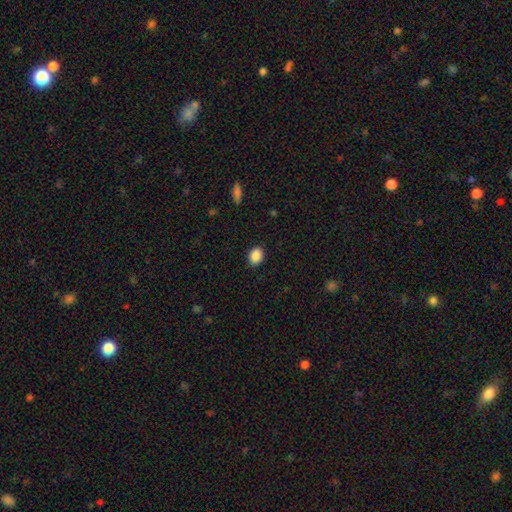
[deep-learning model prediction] Q: Smooth or featured?
A: smooth (89%); runner-up: star or artifact (9%)
Q: How rounded?
A: in between (57%); runner-up: round (42%)
Q: Merging?
A: none (89%); runner-up: minor disturbance (8%)